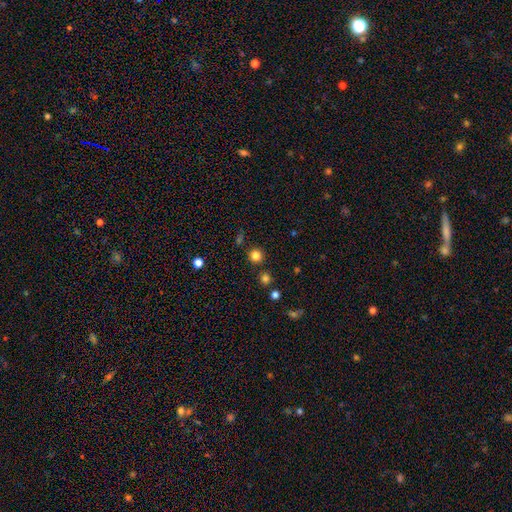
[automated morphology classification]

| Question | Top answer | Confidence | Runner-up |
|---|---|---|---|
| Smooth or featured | smooth | 81% | star or artifact (15%) |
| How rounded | round | 94% | in between (5%) |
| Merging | none | 88% | minor disturbance (6%) |